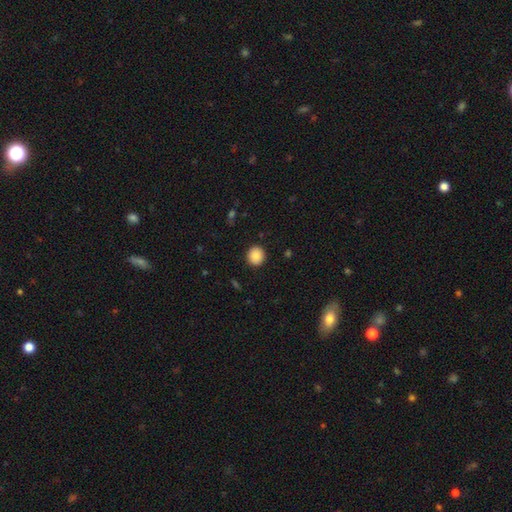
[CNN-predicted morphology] This is clearly a smooth galaxy (88%). How rounded: clearly round (87%). Merging: clearly none (91%).